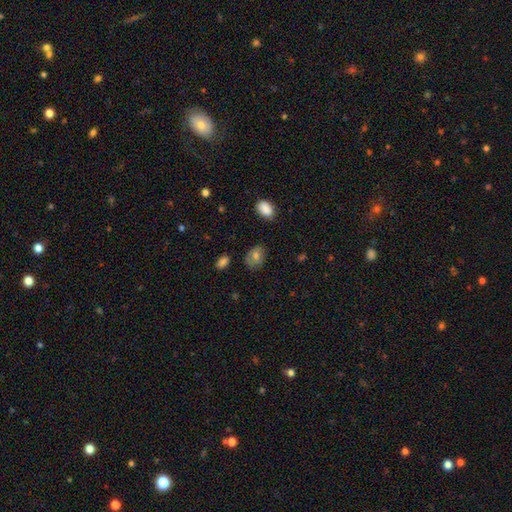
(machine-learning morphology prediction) Overall: smooth (73%). How rounded: in between (66%; round 32%). Merging: none (69%).